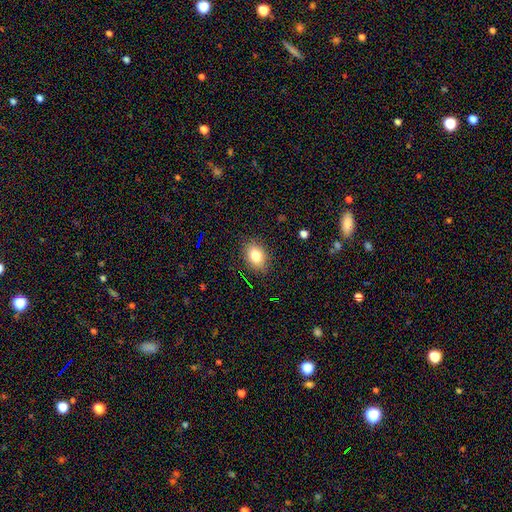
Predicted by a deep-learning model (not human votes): Smooth or featured?
  - smooth: 79% *
  - star or artifact: 11%
  - featured or disk: 10%
How rounded?
  - in between: 73% *
  - round: 26%
  - cigar-shaped: 2%
Merging?
  - none: 85% *
  - minor disturbance: 11%
  - major disturbance: 3%
  - merger: 1%